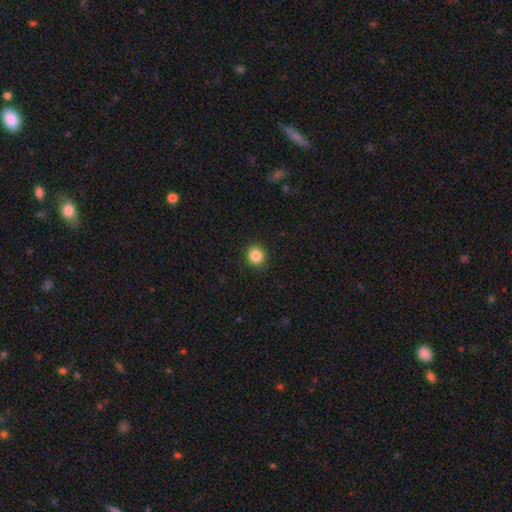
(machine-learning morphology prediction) The model was most divided on "how rounded": round: 84%, in between: 15%, cigar-shaped: 1%. More confident: merging — none (91%); smooth or featured — smooth (85%).